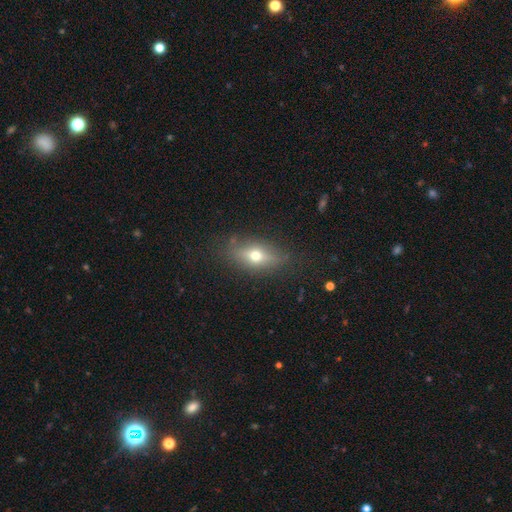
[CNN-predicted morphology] smooth 48%, featured or disk 41%, star or artifact 11%. Down the decision tree: merging — none (80%).